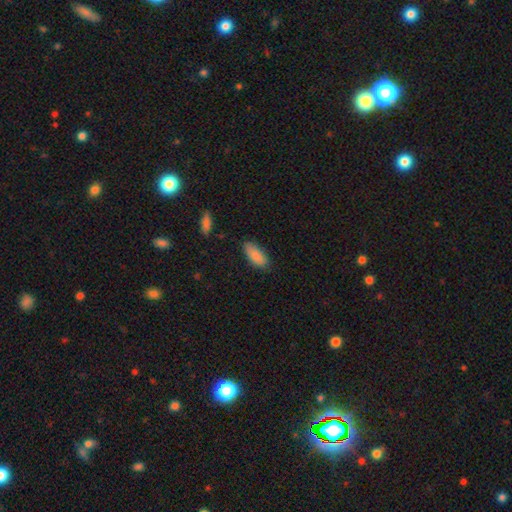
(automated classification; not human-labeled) The model was most divided on "merging": none: 81%, minor disturbance: 15%, major disturbance: 3%, merger: 2%. More confident: smooth or featured — smooth (87%); how rounded — in between (85%).